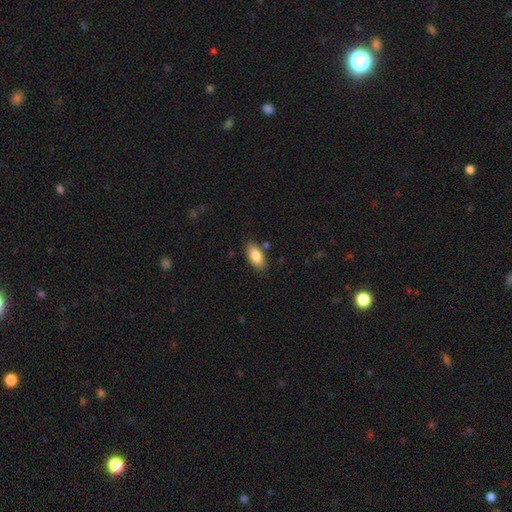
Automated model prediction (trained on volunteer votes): smooth-or-featured: smooth: 83% | featured or disk: 10% | star or artifact: 7%
  how-rounded: in between: 91% | cigar-shaped: 6% | round: 3%
  merging: none: 82% | minor disturbance: 12% | merger: 4% | major disturbance: 3%